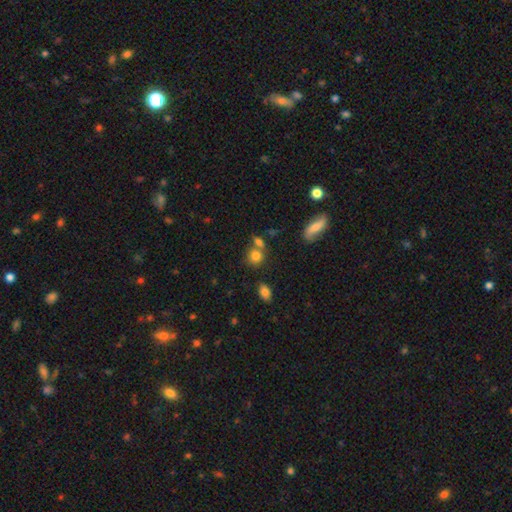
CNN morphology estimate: This appears to be a smooth galaxy with no disk features (79%) that is round (74%). Merging: none (52%).